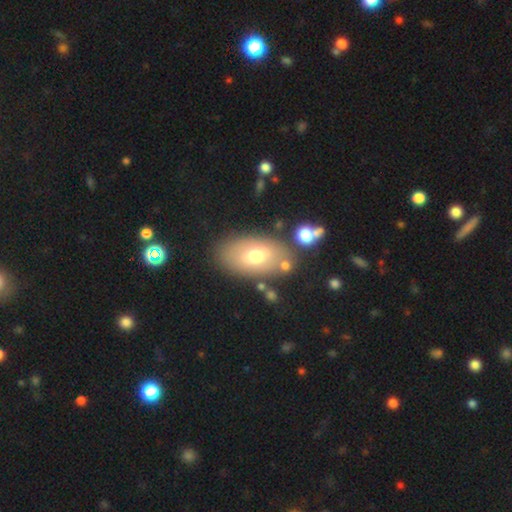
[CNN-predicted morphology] smooth-or-featured: smooth: 61% | featured or disk: 30% | star or artifact: 9%
  how-rounded: in between: 91% | round: 6% | cigar-shaped: 2%
  merging: none: 76% | minor disturbance: 12% | merger: 7% | major disturbance: 5%